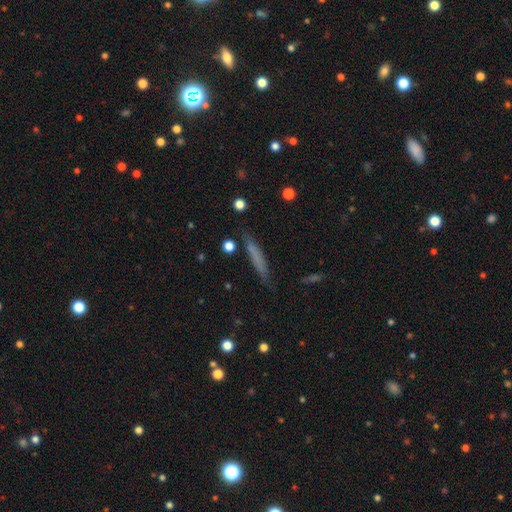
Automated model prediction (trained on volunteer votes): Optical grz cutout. It shows a smooth galaxy with no disk features (68%) that is cigar-shaped (93%). Merging: none (83%).